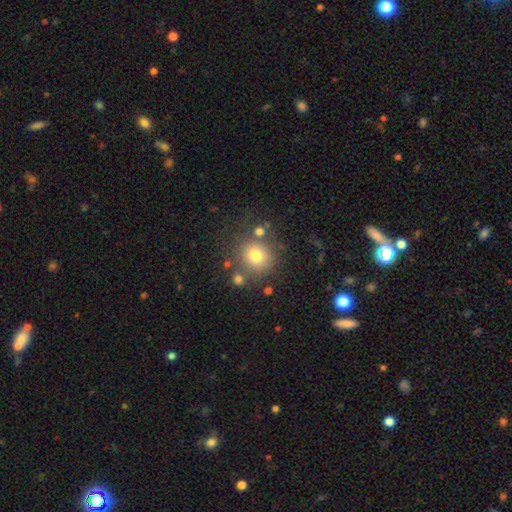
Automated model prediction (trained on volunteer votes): Overall: smooth (76%). How rounded: round (91%). Merging: none (76%).